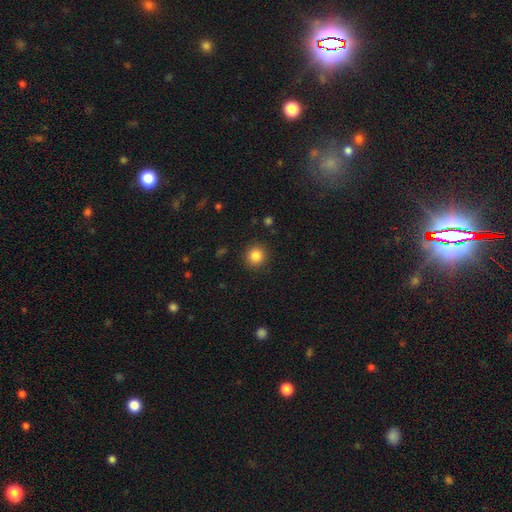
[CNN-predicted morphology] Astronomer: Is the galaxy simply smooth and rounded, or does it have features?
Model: smooth — 85%.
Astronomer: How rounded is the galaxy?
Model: round — 91%.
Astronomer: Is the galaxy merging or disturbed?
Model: none — 90%.